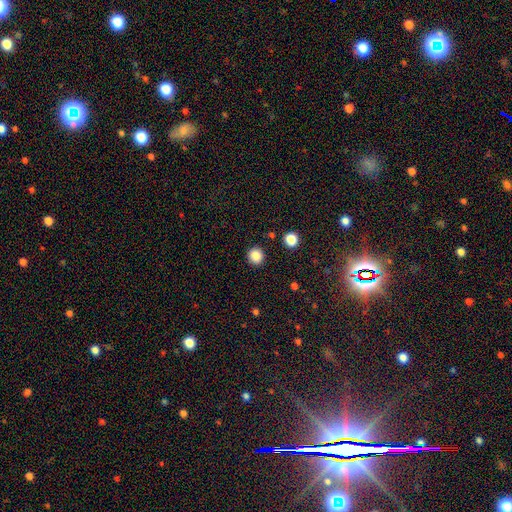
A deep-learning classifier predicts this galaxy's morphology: type=smooth (85%); roundness=round (92%); merging=none (91%).